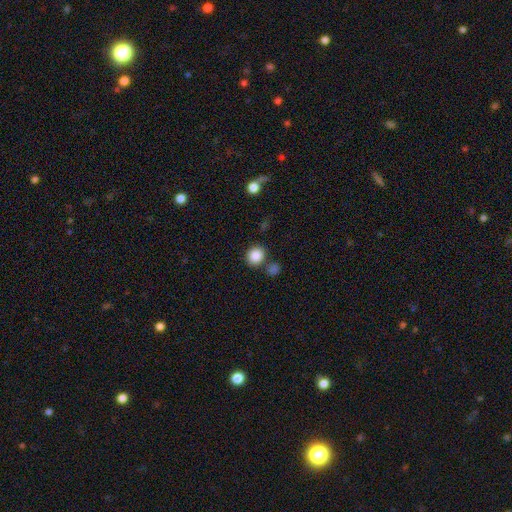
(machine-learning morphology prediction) smooth 87%, star or artifact 9%, featured or disk 4%. Down the decision tree: how rounded — round (85%); merging — none (75%).